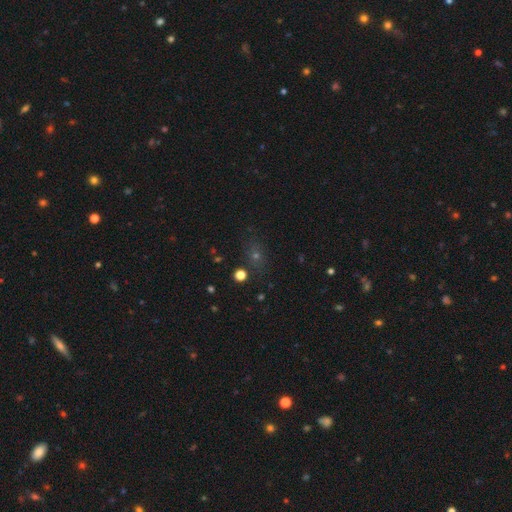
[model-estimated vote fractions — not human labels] smooth_or_featured: smooth (p=0.47) [alt: star or artifact p=0.41]
merging: none (p=0.79) [alt: minor disturbance p=0.12]